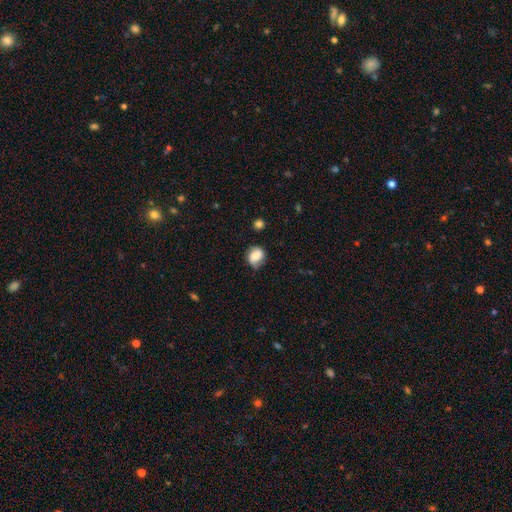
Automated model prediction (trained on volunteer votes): Q: Smooth or featured?
A: smooth (66%); runner-up: featured or disk (25%)
Q: How rounded?
A: round (63%); runner-up: in between (36%)
Q: Merging?
A: none (61%); runner-up: minor disturbance (28%)